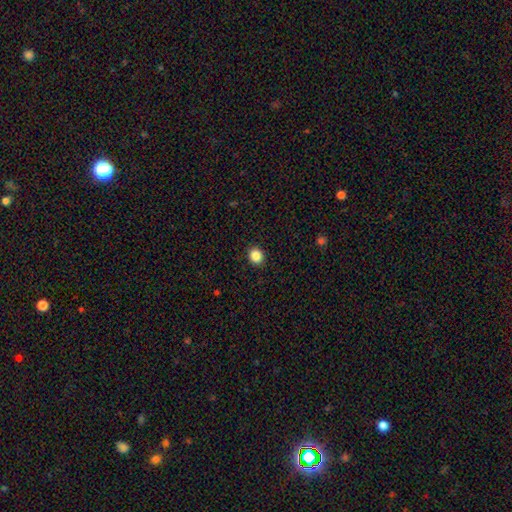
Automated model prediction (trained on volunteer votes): Overall: smooth (86%). How rounded: round (76%). Merging: none (92%).